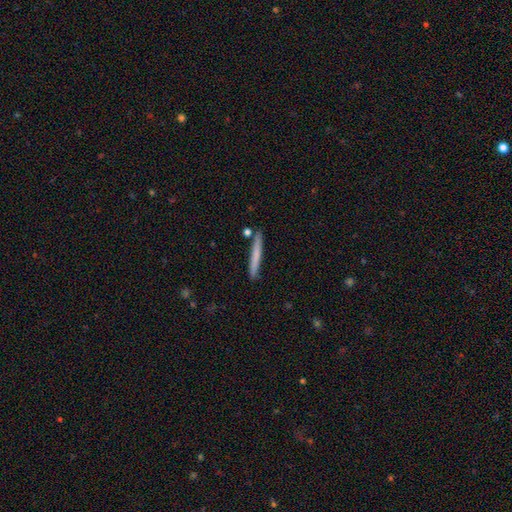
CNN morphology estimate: Smooth or featured?
  - smooth: 69% *
  - featured or disk: 25%
  - star or artifact: 6%
How rounded?
  - cigar-shaped: 97% *
  - in between: 2%
  - round: 1%
Merging?
  - none: 88% *
  - minor disturbance: 8%
  - merger: 3%
  - major disturbance: 2%